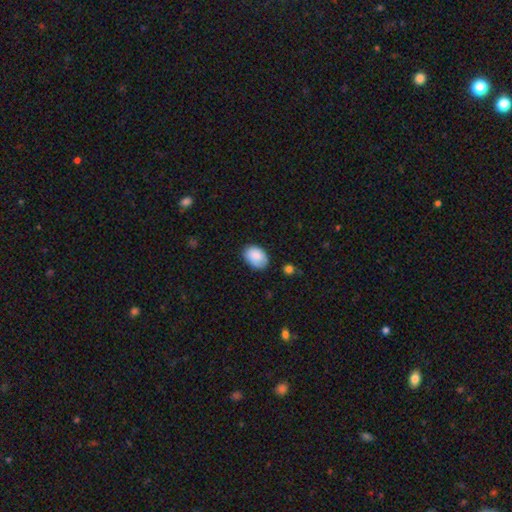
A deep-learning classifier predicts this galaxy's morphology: smooth_or_featured: smooth (p=0.88) [alt: star or artifact p=0.07]
how_rounded: in between (p=0.80) [alt: round p=0.19]
merging: none (p=0.77) [alt: minor disturbance p=0.19]